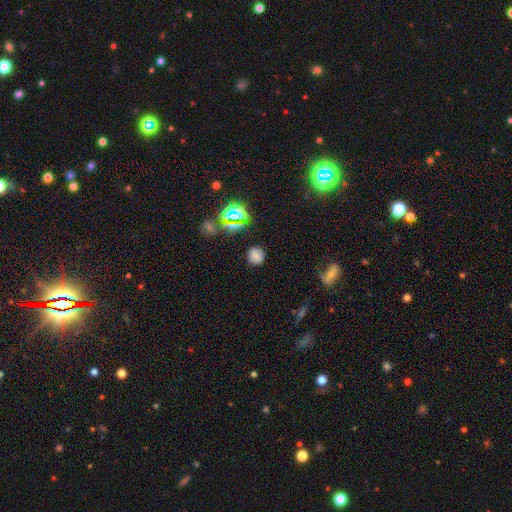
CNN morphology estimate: Smooth or featured? smooth (69%)
How rounded? round (80%)
Merging? none (83%)